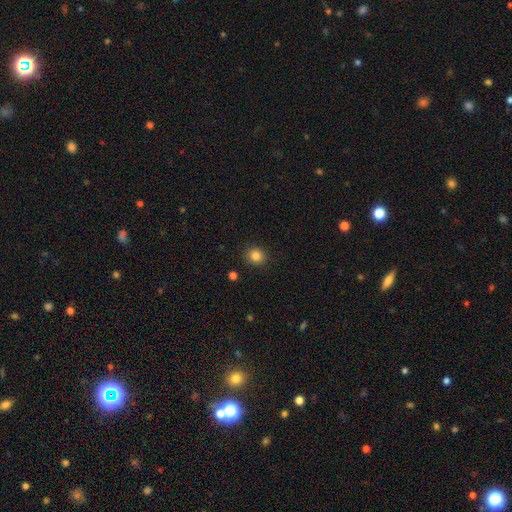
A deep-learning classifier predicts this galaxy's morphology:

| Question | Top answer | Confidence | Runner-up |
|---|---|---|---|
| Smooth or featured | smooth | 84% | star or artifact (11%) |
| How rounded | round | 83% | in between (16%) |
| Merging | none | 90% | minor disturbance (7%) |